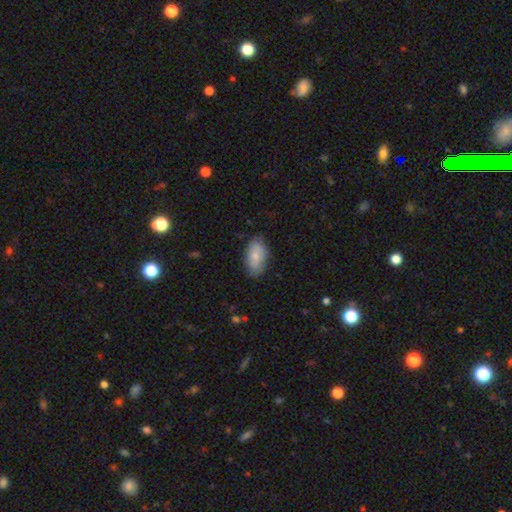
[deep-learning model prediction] smooth_or_featured: smooth (p=0.78) [alt: featured or disk p=0.15]
how_rounded: in between (p=0.93) [alt: round p=0.04]
merging: none (p=0.76) [alt: minor disturbance p=0.19]